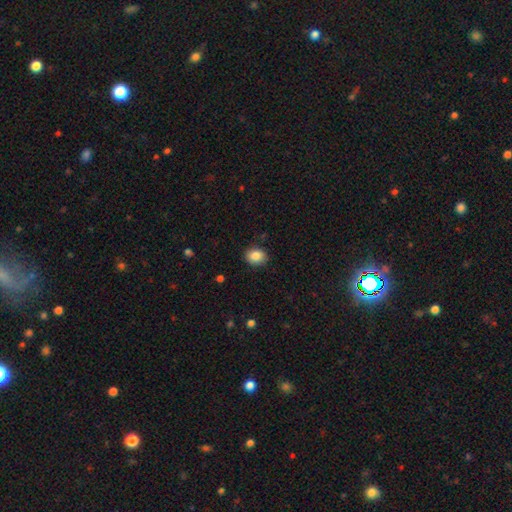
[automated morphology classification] This appears to be a smooth galaxy with no disk features (87%) that is in between round and cigar-shaped (51%). Merging: none (89%).